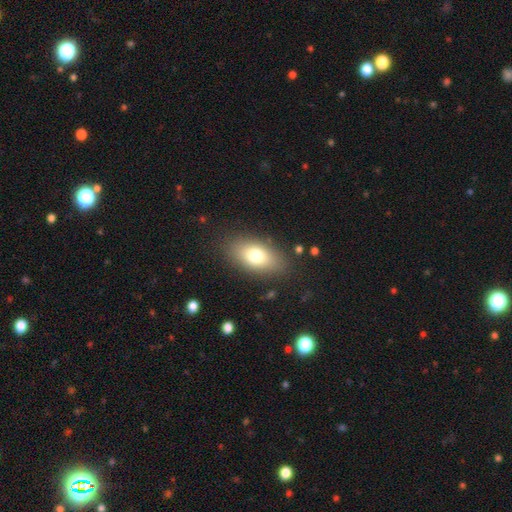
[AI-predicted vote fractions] Overall: smooth (75%). How rounded: in between (87%). Merging: none (84%).